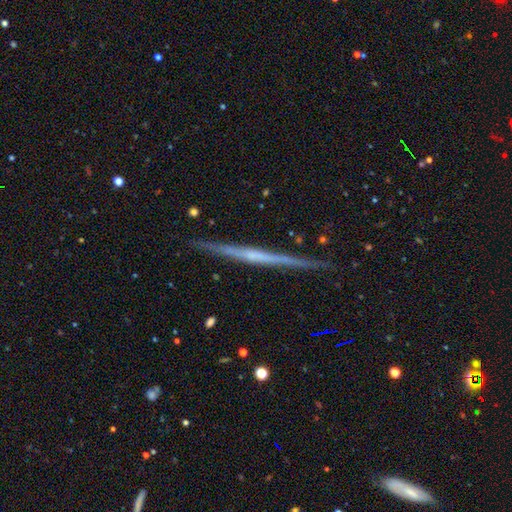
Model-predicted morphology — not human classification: This appears to be a featured or disk galaxy (75%) viewed edge-on (98%) with no central bulge (66%). Merging: none (90%).